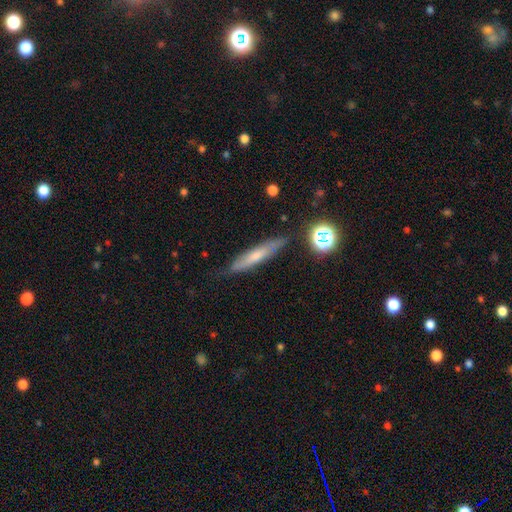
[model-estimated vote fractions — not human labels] Smooth or featured: smooth — 53% (featured or disk — 37%)
How rounded: cigar-shaped — 87% (in between — 10%)
Merging: none — 79% (minor disturbance — 15%)